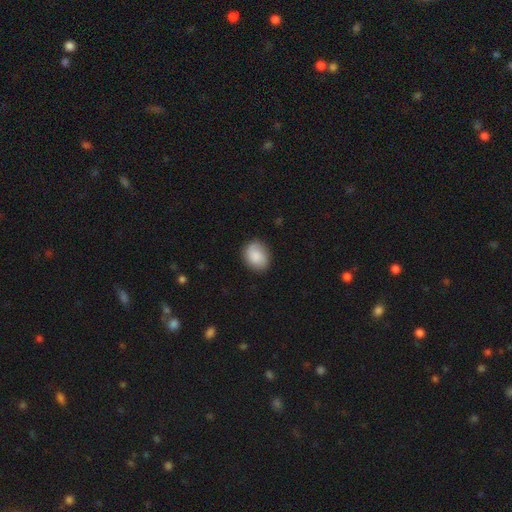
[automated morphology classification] Q: Smooth or featured?
A: smooth (82%); runner-up: featured or disk (11%)
Q: How rounded?
A: in between (55%); runner-up: round (44%)
Q: Merging?
A: none (81%); runner-up: minor disturbance (14%)